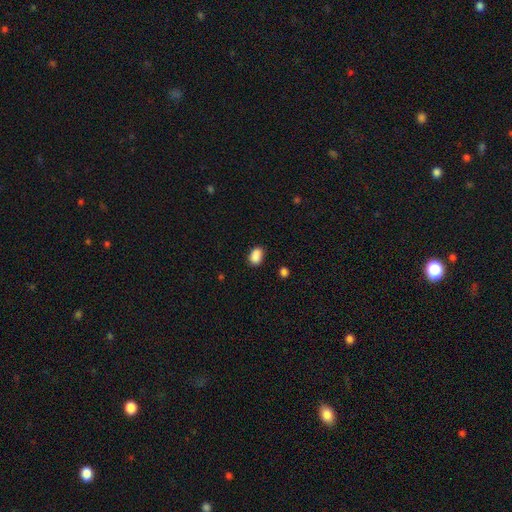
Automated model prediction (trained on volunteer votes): smooth 88%, star or artifact 9%, featured or disk 4%. Down the decision tree: how rounded — in between (81%); merging — none (77%).